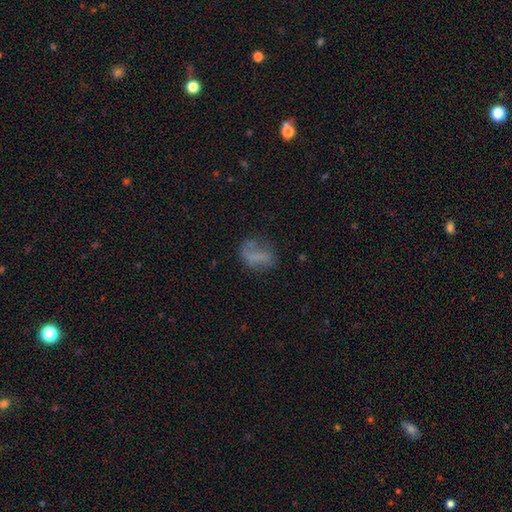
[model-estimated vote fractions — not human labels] Overall: smooth (59%; featured or disk 28%). How rounded: in between (73%). Merging: none (42%; major disturbance 26%).